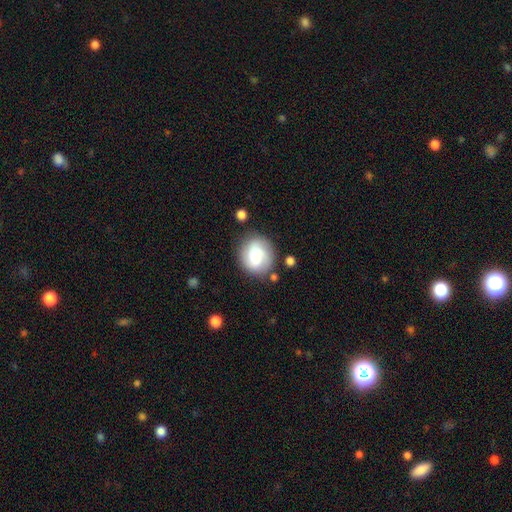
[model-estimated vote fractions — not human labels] Smooth or featured?
  - smooth: 58% *
  - featured or disk: 34%
  - star or artifact: 8%
How rounded?
  - round: 71% *
  - in between: 28%
  - cigar-shaped: 1%
Merging?
  - none: 71% *
  - minor disturbance: 18%
  - major disturbance: 7%
  - merger: 5%